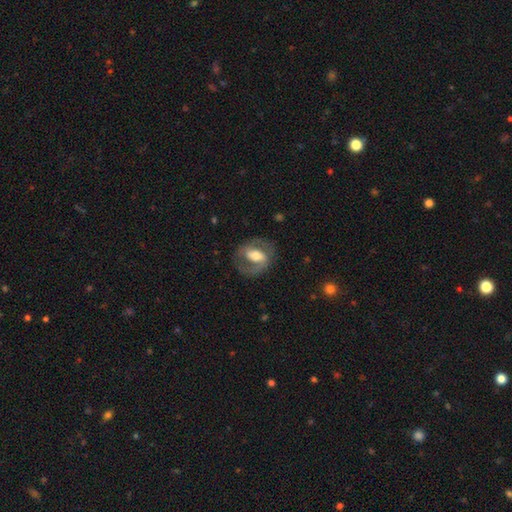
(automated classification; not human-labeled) smooth-or-featured: featured or disk: 70% | smooth: 24% | star or artifact: 6%
  disk-edge-on: no: 95% | yes: 5%
    bar: strong: 40% | weak: 36% | no: 24%
    has-spiral-arms: yes: 73% | no: 27%
    bulge-size: moderate: 63% | large: 19% | small: 15% | dominant: 2% | none: 1%
  merging: none: 73% | minor disturbance: 15% | major disturbance: 11% | merger: 1%